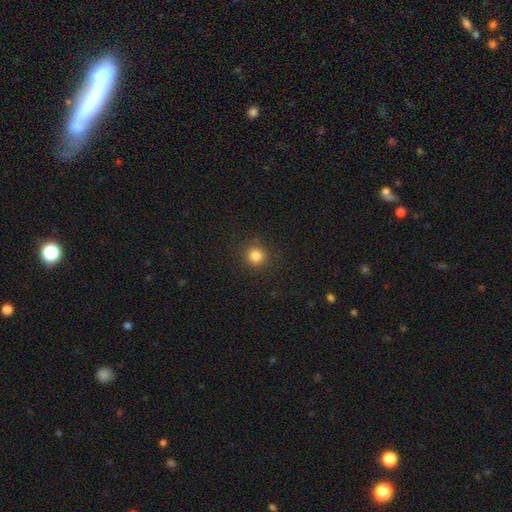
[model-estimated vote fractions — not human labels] Smooth or featured?
  - smooth: 83% *
  - star or artifact: 12%
  - featured or disk: 5%
How rounded?
  - round: 93% *
  - in between: 6%
  - cigar-shaped: 1%
Merging?
  - none: 90% *
  - minor disturbance: 6%
  - major disturbance: 2%
  - merger: 1%